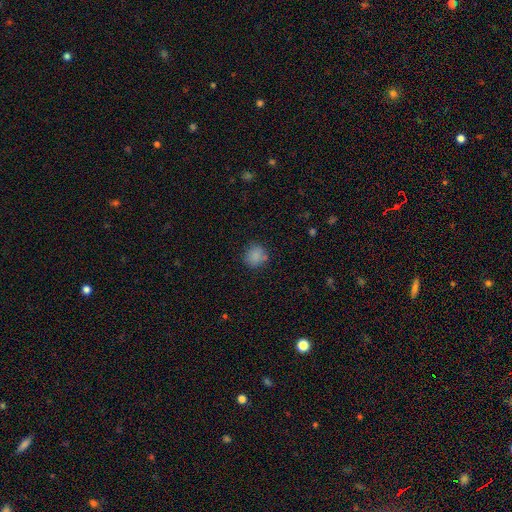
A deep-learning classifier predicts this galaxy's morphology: Smooth or featured? Predicted: smooth (p=0.83). How rounded? Predicted: round (p=0.79). Merging? Predicted: none (p=0.77).